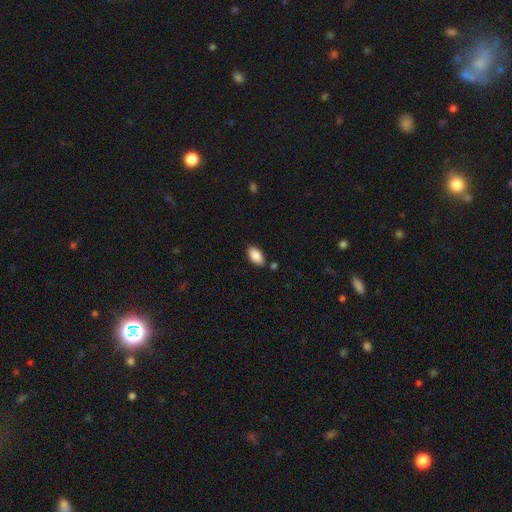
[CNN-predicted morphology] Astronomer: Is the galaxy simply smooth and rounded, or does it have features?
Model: smooth — 87%.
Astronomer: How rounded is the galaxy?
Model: in between — 94%.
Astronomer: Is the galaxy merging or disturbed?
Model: none — 84%.